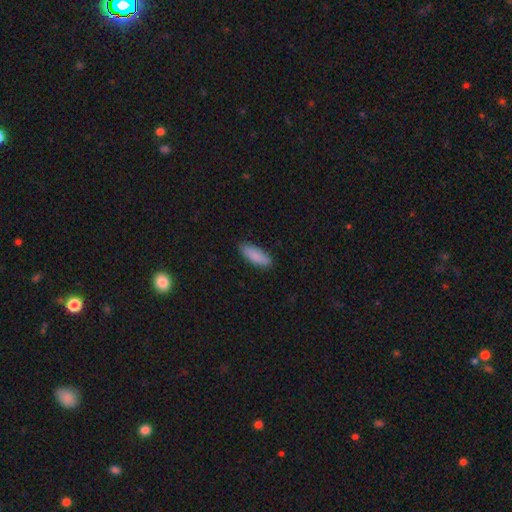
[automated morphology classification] smooth-or-featured: smooth: 88% | star or artifact: 6% | featured or disk: 6%
  how-rounded: in between: 64% | cigar-shaped: 35% | round: 2%
  merging: none: 86% | minor disturbance: 11% | major disturbance: 2% | merger: 1%